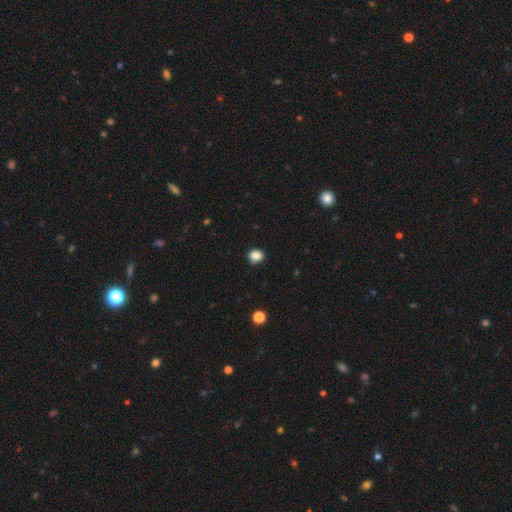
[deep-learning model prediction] Smooth or featured? smooth (85%)
How rounded? round (72%)
Merging? none (90%)